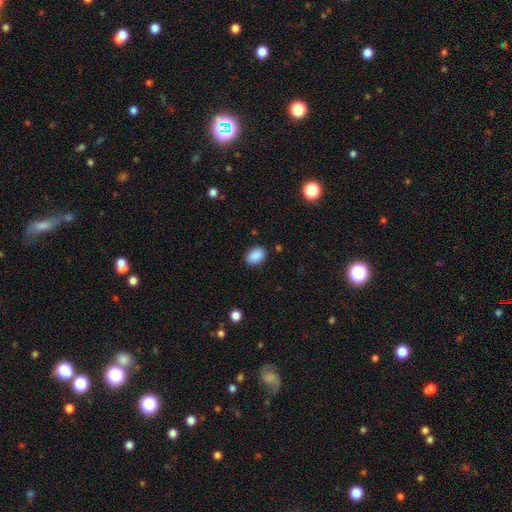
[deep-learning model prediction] A smooth galaxy with no disk features (89%) that is in between round and cigar-shaped (76%). Merging: none (87%).